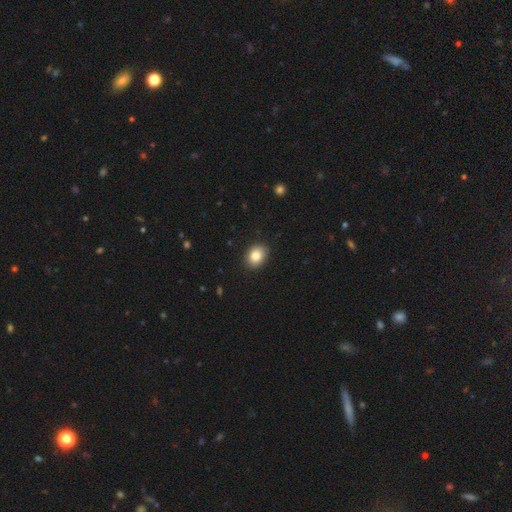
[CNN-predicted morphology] Smooth or featured? Predicted: smooth (p=0.83). How rounded? Predicted: in between (p=0.58). Merging? Predicted: none (p=0.89).